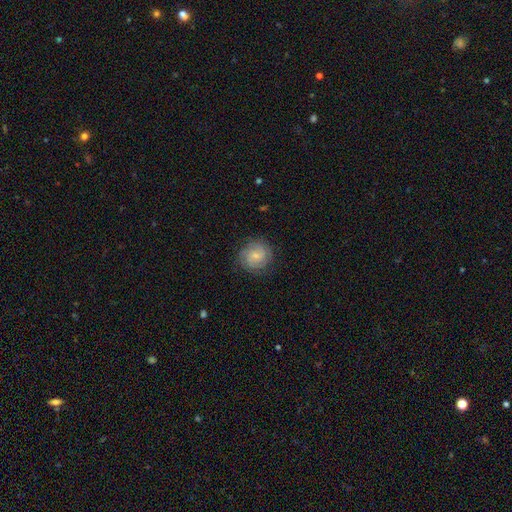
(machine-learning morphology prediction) A featured or disk galaxy (58%) with no bar (68%), 2 (35%) tight (69%) spiral arms (91%) and a small central bulge (71%). Merging: none (80%).